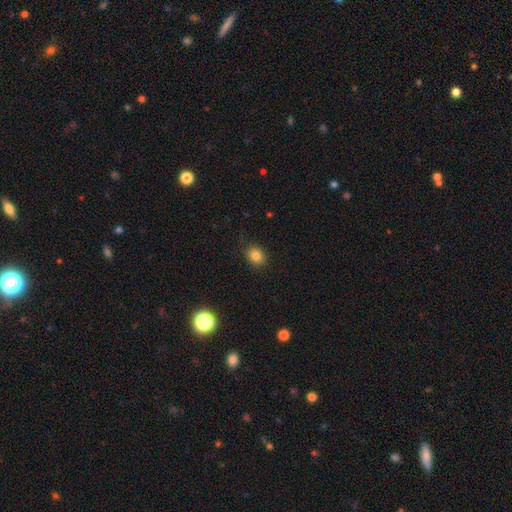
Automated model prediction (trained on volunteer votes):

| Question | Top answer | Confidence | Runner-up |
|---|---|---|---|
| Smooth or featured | smooth | 83% | star or artifact (12%) |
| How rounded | round | 61% | in between (38%) |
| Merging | none | 86% | minor disturbance (10%) |